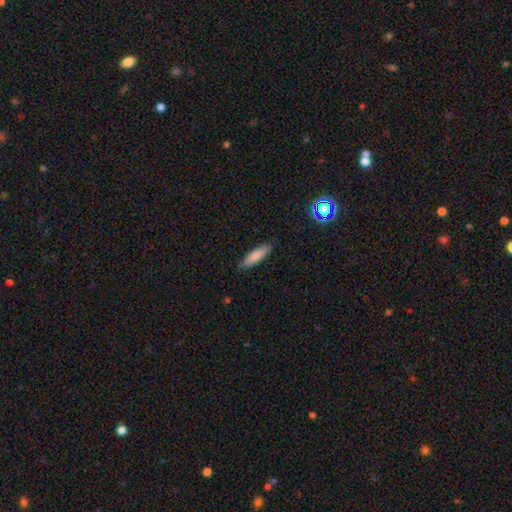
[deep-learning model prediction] Smooth or featured? smooth (81%)
How rounded? cigar-shaped (69%)
Merging? none (86%)